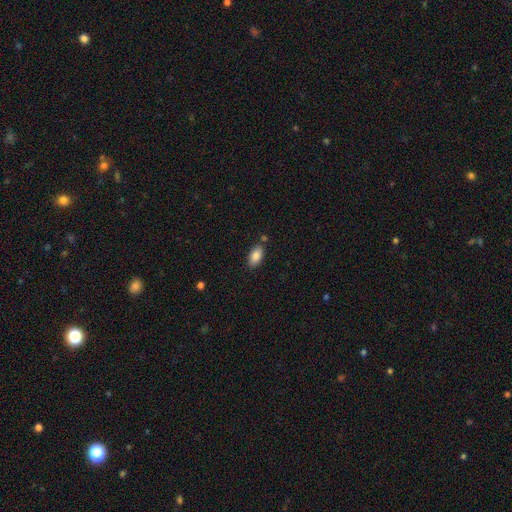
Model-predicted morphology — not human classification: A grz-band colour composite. It shows a smooth galaxy with no disk features (86%) that is in between round and cigar-shaped (93%). Merging: none (80%).